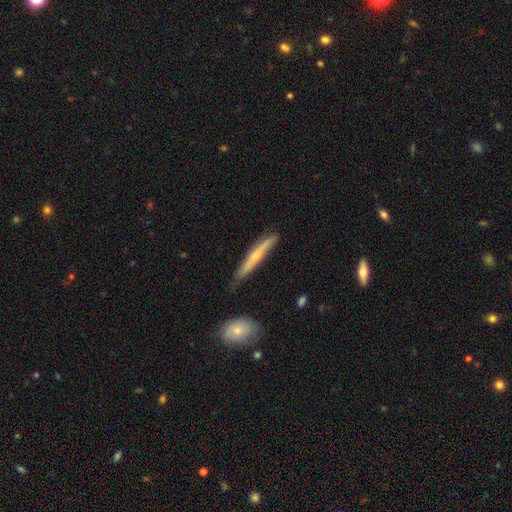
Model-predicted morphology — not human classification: The model was most divided on "smooth or featured": featured or disk: 50%, smooth: 44%, star or artifact: 6%. More confident: edge-on disk — yes (90%); merging — none (73%).